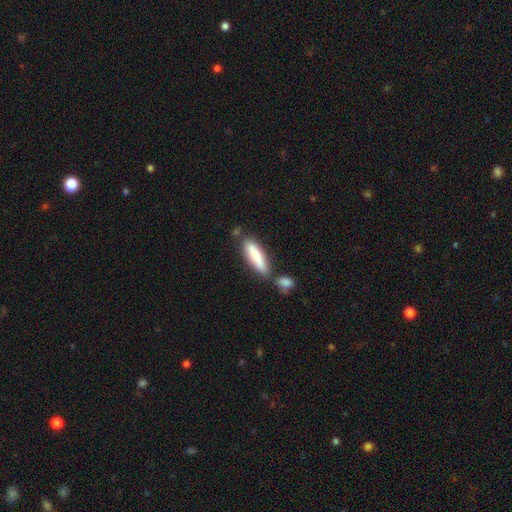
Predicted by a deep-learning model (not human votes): This is likely a smooth galaxy (77%). How rounded: likely cigar-shaped (62%). Merging: possibly none (58%).